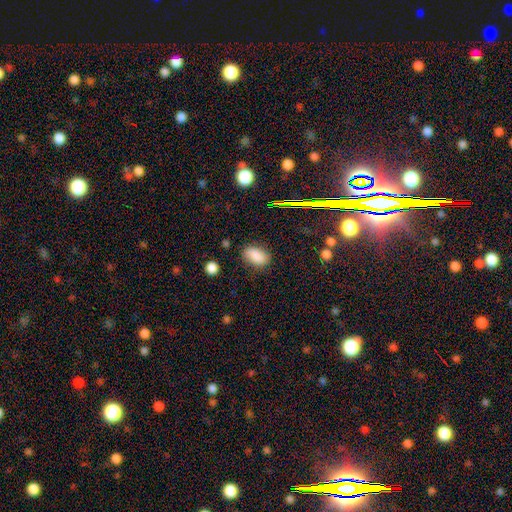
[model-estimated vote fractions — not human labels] Overall: smooth (83%). How rounded: in between (87%). Merging: none (78%).